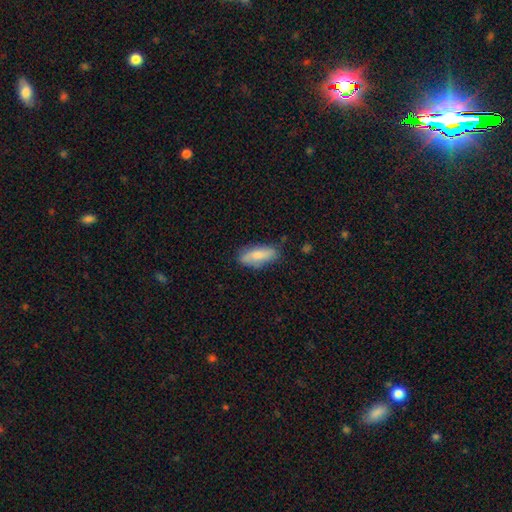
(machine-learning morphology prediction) A smooth galaxy with no disk features (75%) that is in between round and cigar-shaped (69%).

Vote fractions:
- Smooth or featured? smooth: 75% / featured or disk: 19% / star or artifact: 7%
- How rounded? in between: 69% / cigar-shaped: 29% / round: 2%
- Merging? none: 76% / minor disturbance: 19% / major disturbance: 3% / merger: 2%